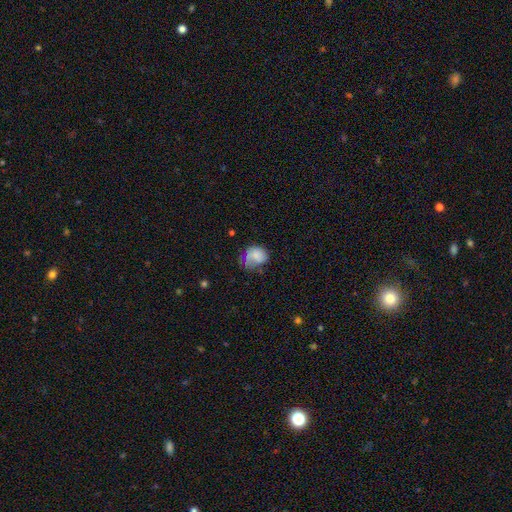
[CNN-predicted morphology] smooth-or-featured: smooth: 70% | featured or disk: 21% | star or artifact: 9%
  how-rounded: round: 54% | in between: 45% | cigar-shaped: 1%
  merging: none: 35% (tied) | minor disturbance: 35% (tied) | major disturbance: 27% | merger: 4%